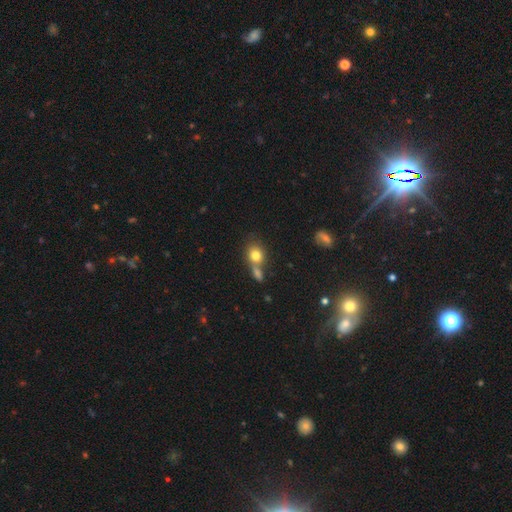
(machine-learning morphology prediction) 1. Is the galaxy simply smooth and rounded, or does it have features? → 79% smooth, 11% featured or disk, 10% star or artifact.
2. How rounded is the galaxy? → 63% round, 35% in between, 2% cigar-shaped.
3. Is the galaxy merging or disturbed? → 44% none, 40% merger, 11% minor disturbance, 5% major disturbance.